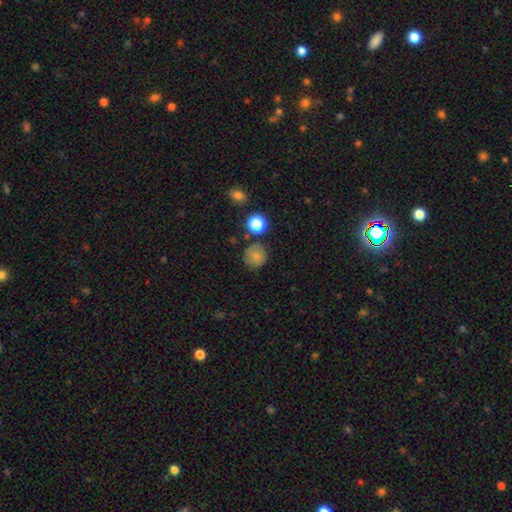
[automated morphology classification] smooth-or-featured: smooth: 74% | featured or disk: 14% | star or artifact: 12%
  how-rounded: round: 90% | in between: 9% | cigar-shaped: 1%
  merging: none: 76% | minor disturbance: 14% | merger: 5% | major disturbance: 4%